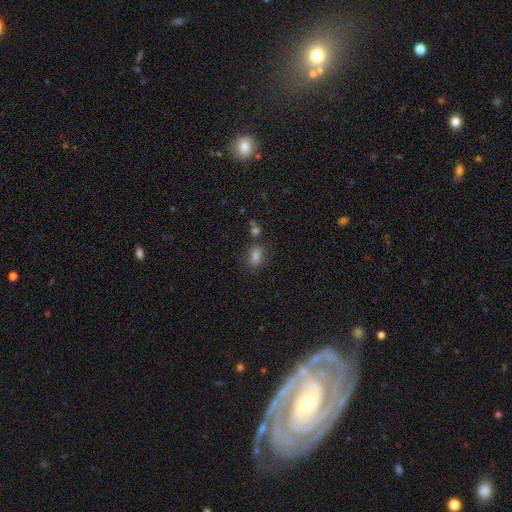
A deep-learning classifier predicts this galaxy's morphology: The model was most divided on "smooth or featured": smooth: 70%, star or artifact: 22%, featured or disk: 8%. More confident: how rounded — in between (76%); merging — none (73%).